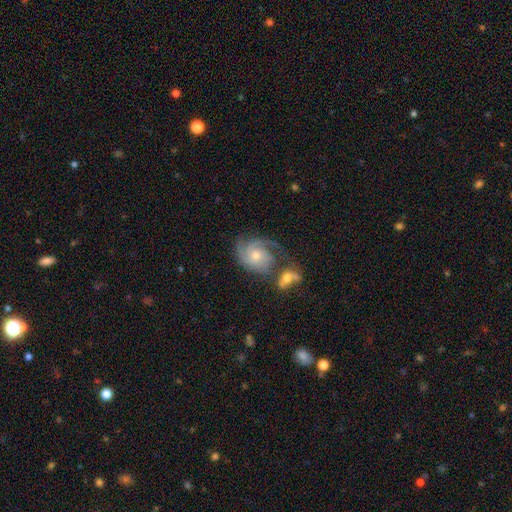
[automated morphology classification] This appears to be a featured or disk galaxy (83%) with no bar (73%), 3 (44%) tight (51%) spiral arms (96%) and a moderate central bulge (51%). Merging: none (46%).